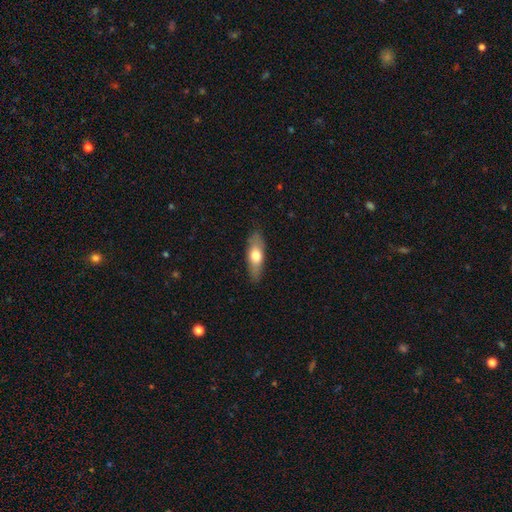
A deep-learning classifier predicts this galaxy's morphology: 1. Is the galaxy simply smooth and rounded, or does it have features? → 63% smooth, 31% featured or disk, 6% star or artifact.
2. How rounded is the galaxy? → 60% in between, 37% cigar-shaped, 3% round.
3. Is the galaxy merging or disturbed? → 85% none, 12% minor disturbance, 3% major disturbance, 1% merger.